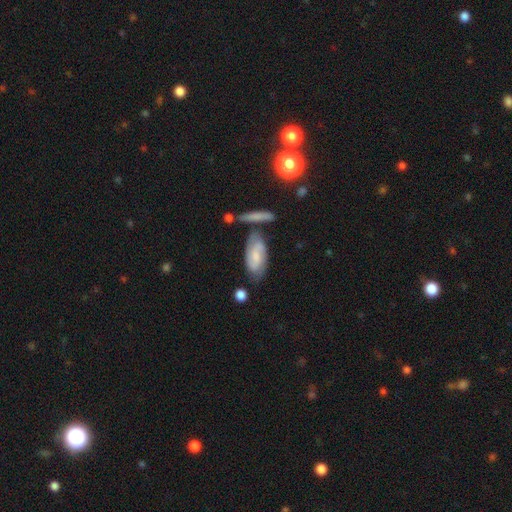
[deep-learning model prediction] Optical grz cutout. It shows a featured or disk galaxy (50%). Merging: none (61%).